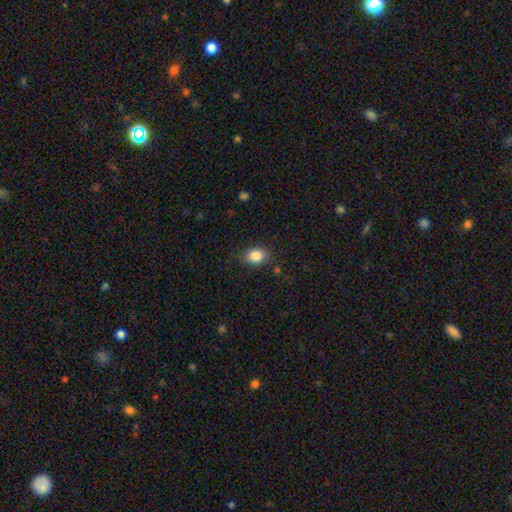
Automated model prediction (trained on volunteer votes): A smooth galaxy with no disk features (85%) that is in between round and cigar-shaped (62%). Merging: none (79%).